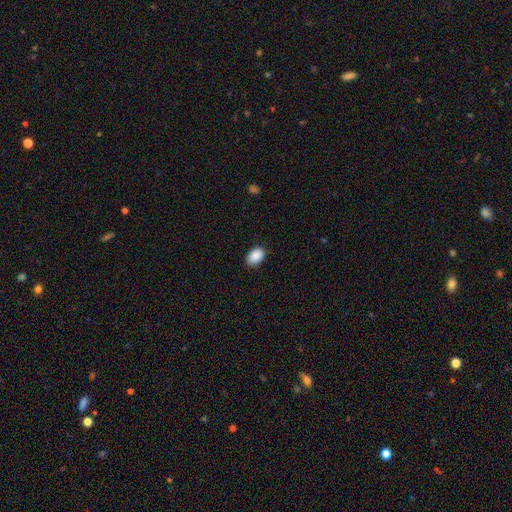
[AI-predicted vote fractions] The model was most divided on "how rounded": in between: 86%, round: 13%, cigar-shaped: 1%. More confident: smooth or featured — smooth (89%); merging — none (85%).